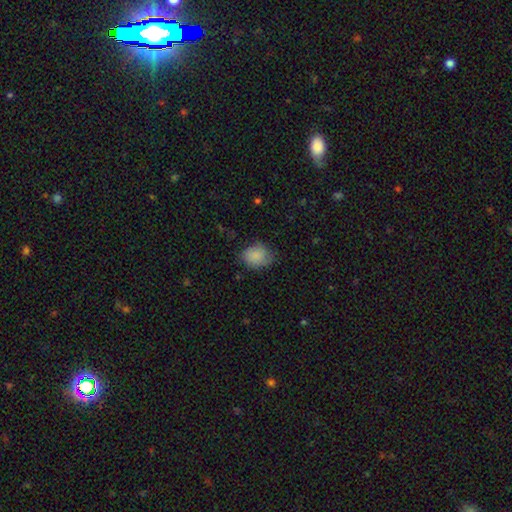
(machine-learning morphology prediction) smooth_or_featured: smooth (p=0.83) [alt: featured or disk p=0.10]
how_rounded: in between (p=0.53) [alt: round p=0.46]
merging: none (p=0.62) [alt: minor disturbance p=0.29]